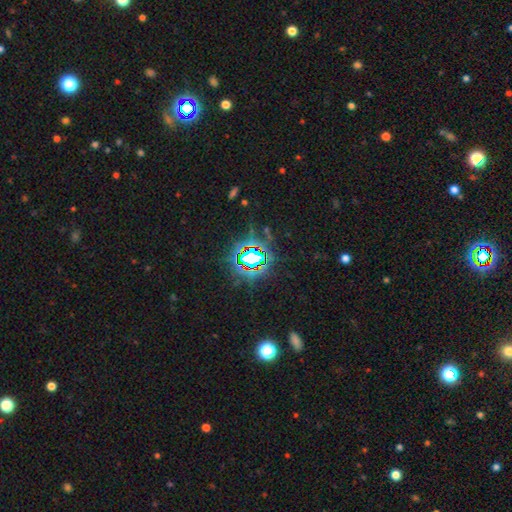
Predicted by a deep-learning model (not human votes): smooth_or_featured: star or artifact (p=0.79) [alt: smooth p=0.11]